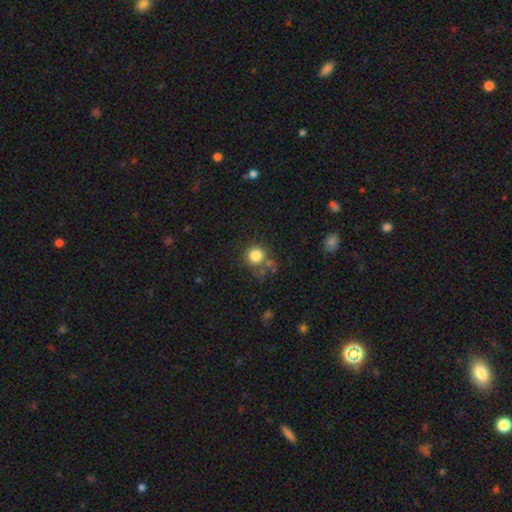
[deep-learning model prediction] This is clearly a smooth galaxy (82%). How rounded: clearly round (92%). Merging: likely none (69%).